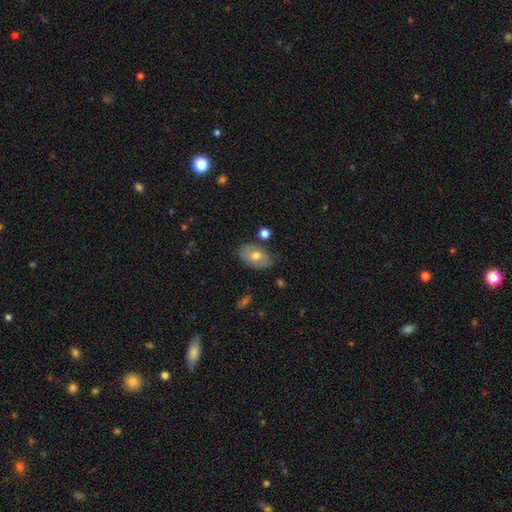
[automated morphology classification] A smooth galaxy with no disk features (63%) that is in between round and cigar-shaped (88%).

Vote fractions:
- Smooth or featured? smooth: 63% / featured or disk: 30% / star or artifact: 7%
- How rounded? in between: 88% / round: 10% / cigar-shaped: 1%
- Merging? none: 71% / minor disturbance: 20% / major disturbance: 4% / merger: 4%